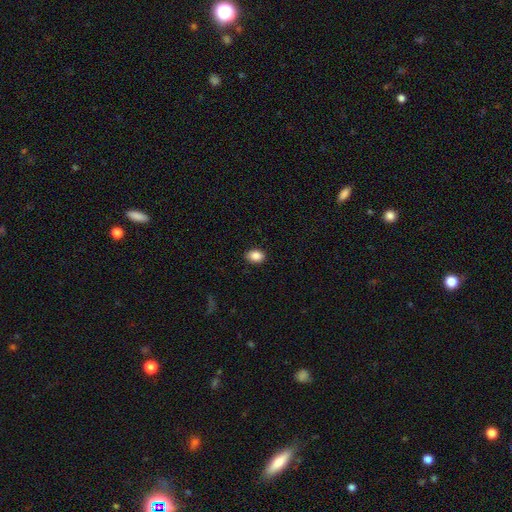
This appears to be a smooth galaxy with no disk features (97%) that is in between round and cigar-shaped (84%). Merging: none (97%).